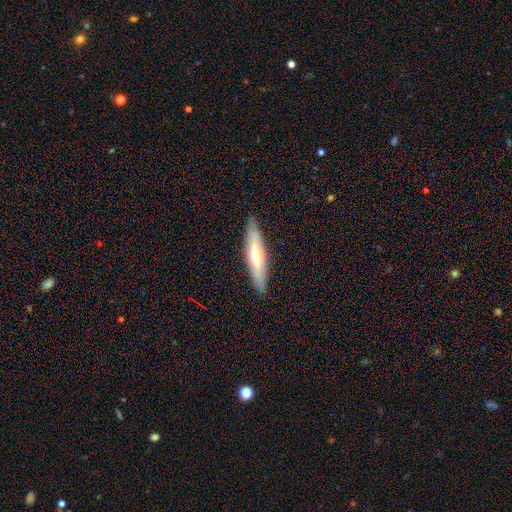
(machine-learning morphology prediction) Overall: featured or disk (49%; smooth 46%). Merging: none (88%).